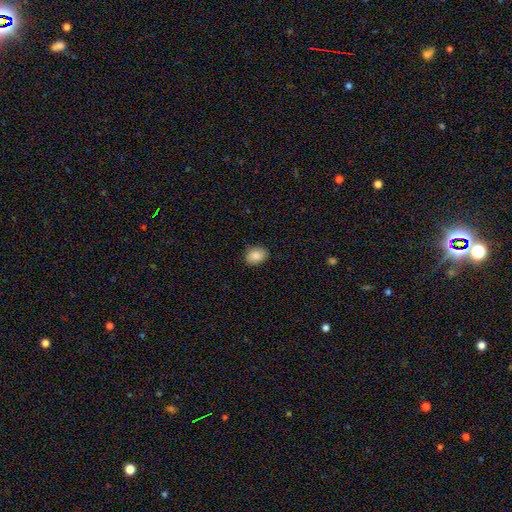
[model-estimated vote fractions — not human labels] Smooth or featured? smooth (88%)
How rounded? in between (63%)
Merging? none (85%)